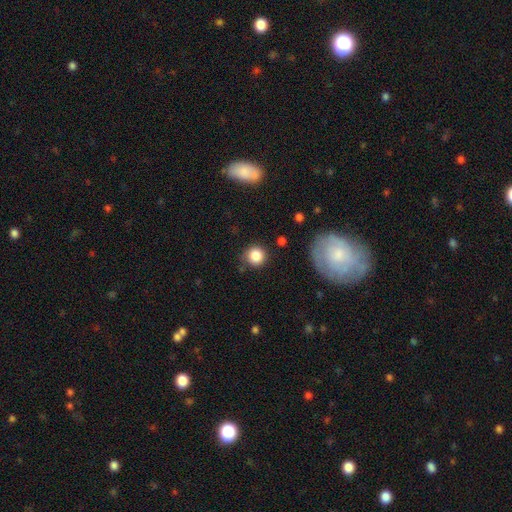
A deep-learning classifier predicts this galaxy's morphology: The model was most divided on "merging": none: 80%, minor disturbance: 13%, major disturbance: 4%, merger: 3%. More confident: how rounded — round (92%); smooth or featured — smooth (85%).